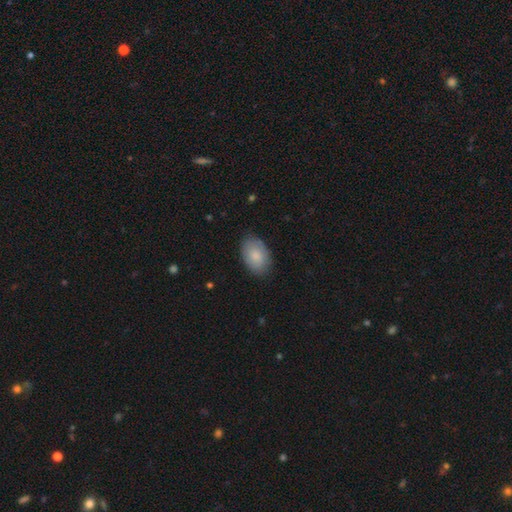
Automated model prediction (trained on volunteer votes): Overall: smooth (83%). How rounded: in between (90%). Merging: none (82%).